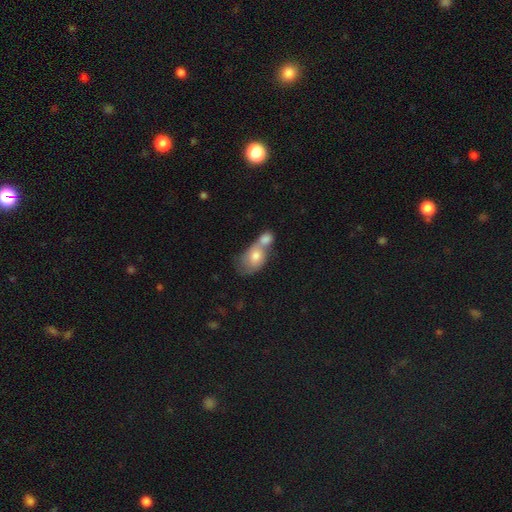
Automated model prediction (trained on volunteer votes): Morphology: type=smooth (72%); roundness=in between (75%); merging=merger (72%).